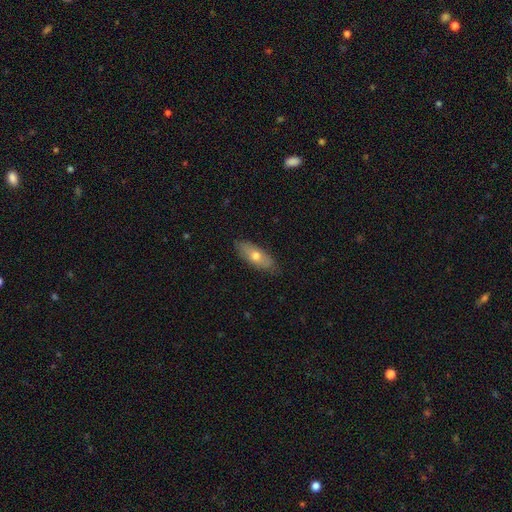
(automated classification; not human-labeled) Smooth or featured?
  - smooth: 63% *
  - featured or disk: 31%
  - star or artifact: 6%
How rounded?
  - in between: 73% *
  - cigar-shaped: 24%
  - round: 3%
Merging?
  - none: 84% *
  - minor disturbance: 13%
  - major disturbance: 2%
  - merger: 1%